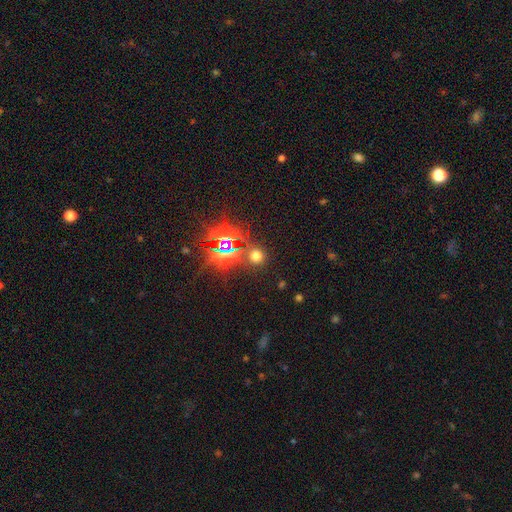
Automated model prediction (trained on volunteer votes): The model was most divided on "smooth or featured": smooth: 56%, star or artifact: 38%, featured or disk: 6%. More confident: how rounded — round (87%); merging — none (85%).